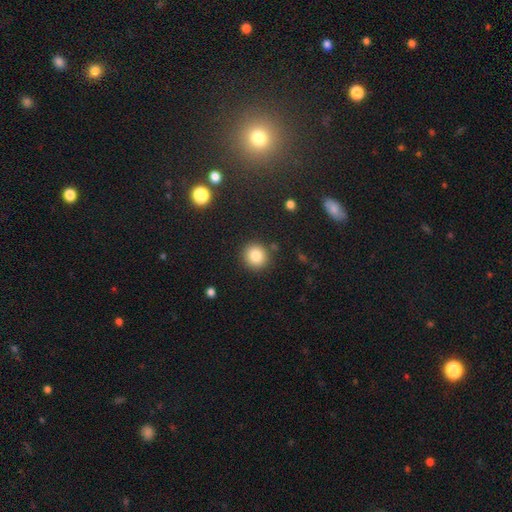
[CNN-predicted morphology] A smooth galaxy with no disk features (82%) that is round (92%).

Vote fractions:
- Smooth or featured? smooth: 82% / star or artifact: 10% / featured or disk: 7%
- How rounded? round: 92% / in between: 7% / cigar-shaped: 1%
- Merging? none: 88% / minor disturbance: 7% / merger: 3% / major disturbance: 2%